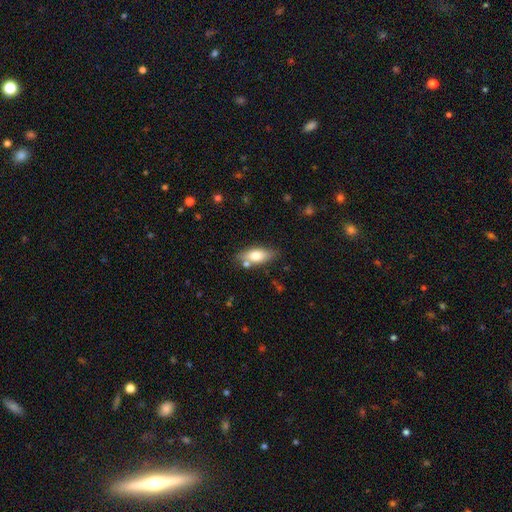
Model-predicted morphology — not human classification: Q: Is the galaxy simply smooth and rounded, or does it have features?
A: smooth — 73%.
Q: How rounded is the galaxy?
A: in between — 80%.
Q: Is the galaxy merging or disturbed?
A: none — 74%.